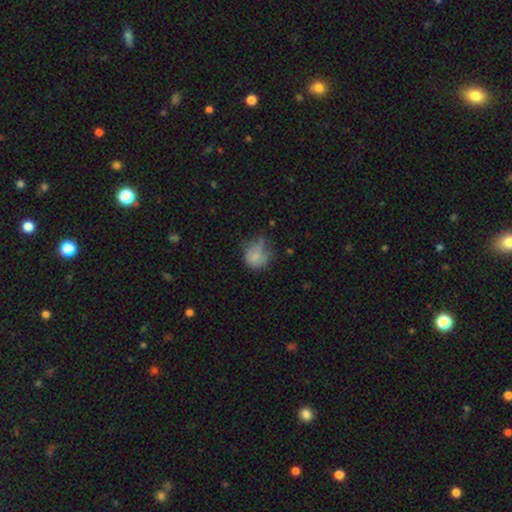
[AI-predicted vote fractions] smooth 67%, featured or disk 21%, star or artifact 11%. Down the decision tree: how rounded — round (68%); merging — none (35%).